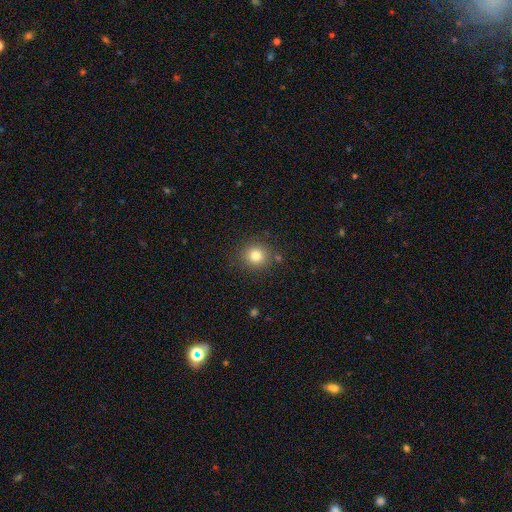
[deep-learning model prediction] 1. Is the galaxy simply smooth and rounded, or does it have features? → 81% smooth, 12% star or artifact, 7% featured or disk.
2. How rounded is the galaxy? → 90% round, 9% in between, 1% cigar-shaped.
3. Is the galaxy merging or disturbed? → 86% none, 8% minor disturbance, 3% merger, 3% major disturbance.